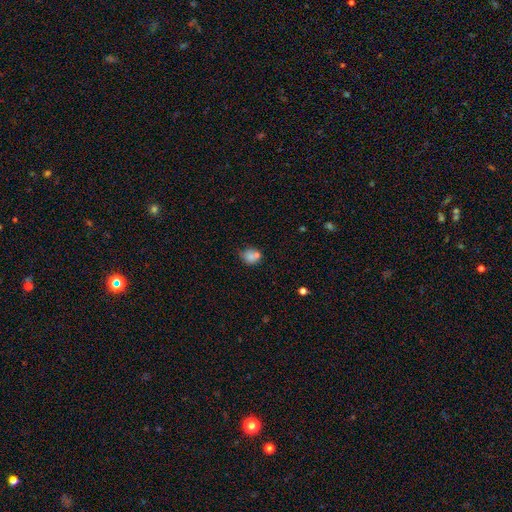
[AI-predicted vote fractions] This is likely a smooth galaxy (76%). How rounded: likely round (67%). Merging: possibly none (49%).